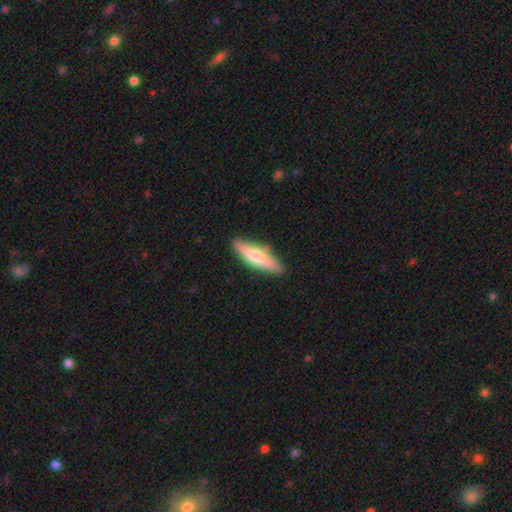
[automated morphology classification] smooth-or-featured: smooth: 61% | featured or disk: 33% | star or artifact: 6%
  how-rounded: cigar-shaped: 60% | in between: 38% | round: 2%
  merging: none: 84% | minor disturbance: 13% | major disturbance: 2% | merger: 1%